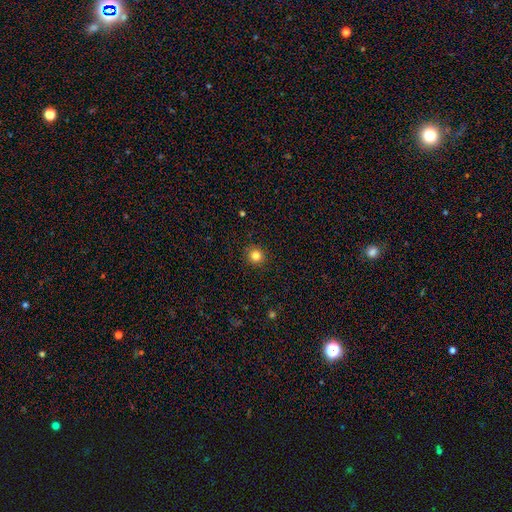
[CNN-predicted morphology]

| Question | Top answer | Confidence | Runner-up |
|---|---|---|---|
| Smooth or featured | smooth | 83% | star or artifact (12%) |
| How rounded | round | 93% | in between (6%) |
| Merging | none | 92% | minor disturbance (5%) |